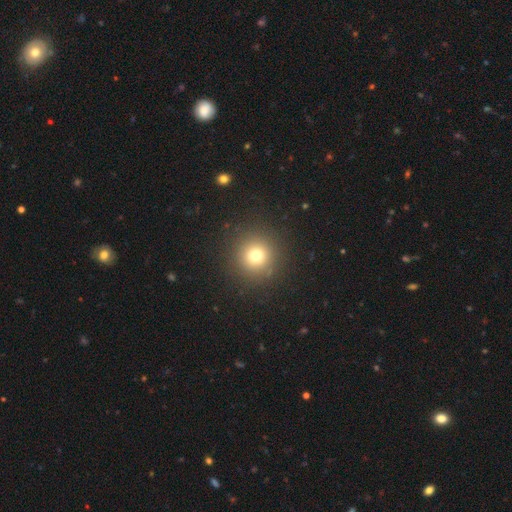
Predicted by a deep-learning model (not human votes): smooth-or-featured: smooth: 74% | star or artifact: 17% | featured or disk: 9%
  how-rounded: round: 94% | in between: 5% | cigar-shaped: 1%
  merging: none: 89% | minor disturbance: 6% | major disturbance: 3% | merger: 1%